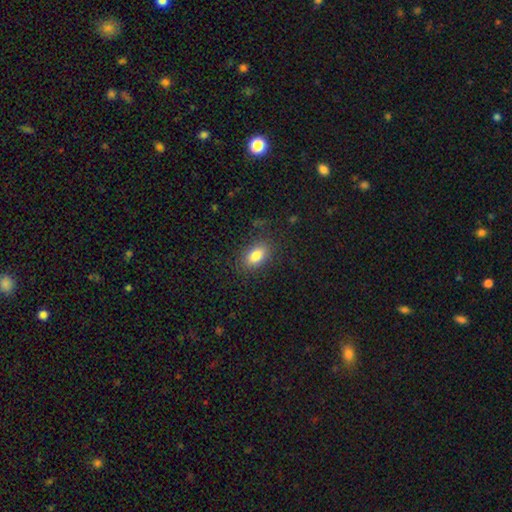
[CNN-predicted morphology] Smooth or featured?
  - smooth: 82% *
  - featured or disk: 9%
  - star or artifact: 9%
How rounded?
  - in between: 89% *
  - round: 9%
  - cigar-shaped: 3%
Merging?
  - none: 82% *
  - minor disturbance: 12%
  - major disturbance: 4%
  - merger: 1%